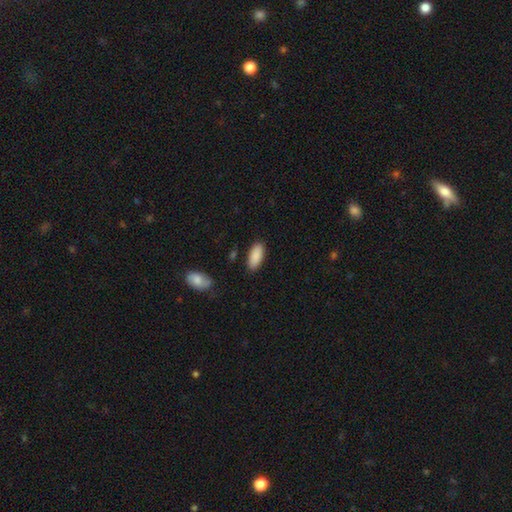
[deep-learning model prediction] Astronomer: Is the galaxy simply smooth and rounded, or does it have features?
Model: smooth — 89%.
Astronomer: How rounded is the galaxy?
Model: in between — 85%.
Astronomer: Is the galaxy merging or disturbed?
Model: none — 87%.